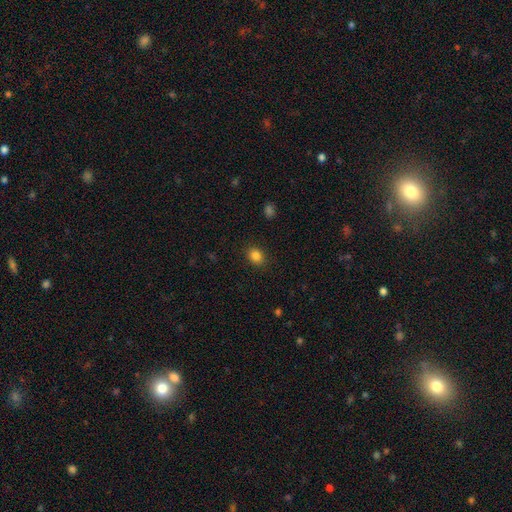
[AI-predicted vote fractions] smooth_or_featured: smooth (p=0.84) [alt: star or artifact p=0.11]
how_rounded: round (p=0.50) [alt: in between p=0.49]
merging: none (p=0.88) [alt: minor disturbance p=0.08]